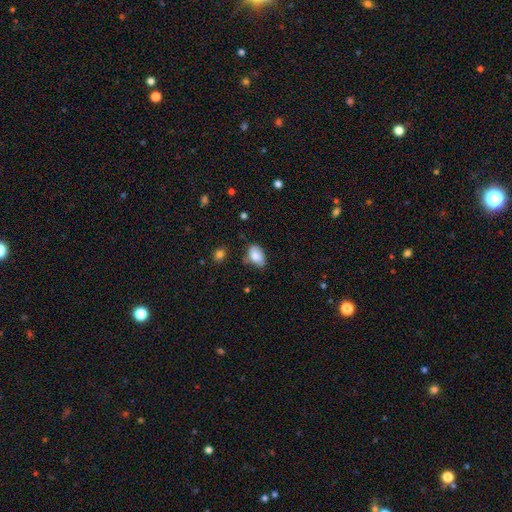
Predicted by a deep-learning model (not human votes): Morphology: type=smooth (83%); roundness=in between (90%); merging=none (56%).